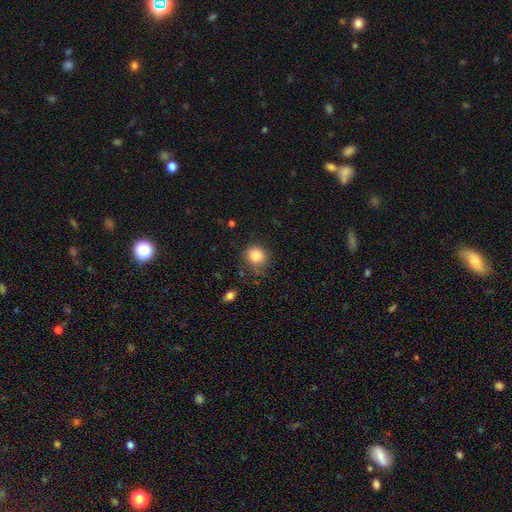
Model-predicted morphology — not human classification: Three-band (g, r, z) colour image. It shows a smooth galaxy with no disk features (85%) that is round (83%). Merging: none (71%).